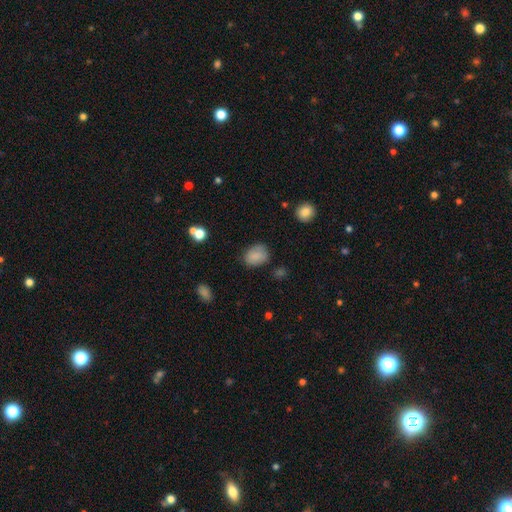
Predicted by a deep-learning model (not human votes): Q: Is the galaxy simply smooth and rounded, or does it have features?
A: smooth — 83%.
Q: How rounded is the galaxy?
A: in between — 66%.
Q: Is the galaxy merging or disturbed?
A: none — 73%.